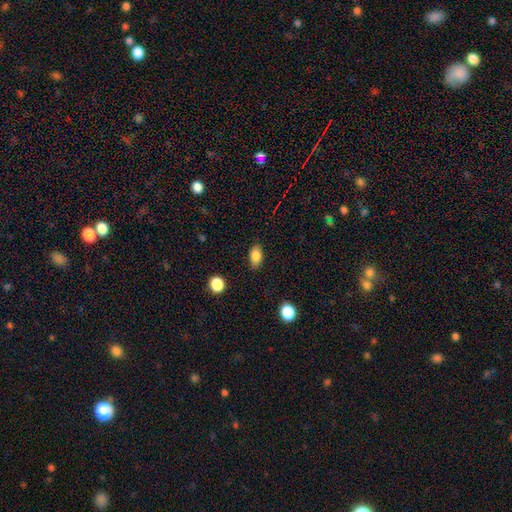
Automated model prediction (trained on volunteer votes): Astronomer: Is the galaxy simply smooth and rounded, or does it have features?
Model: smooth — 83%.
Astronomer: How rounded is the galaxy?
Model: in between — 87%.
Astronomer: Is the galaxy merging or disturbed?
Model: none — 85%.